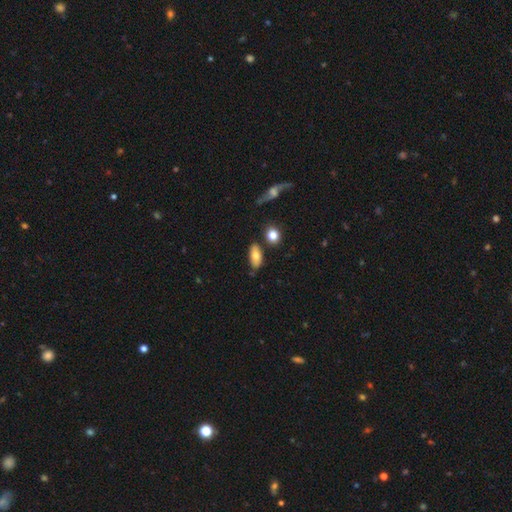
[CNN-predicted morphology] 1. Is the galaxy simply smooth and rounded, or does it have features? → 75% smooth, 17% featured or disk, 8% star or artifact.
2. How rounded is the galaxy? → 86% in between, 9% cigar-shaped, 5% round.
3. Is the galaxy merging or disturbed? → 76% none, 15% minor disturbance, 6% merger, 3% major disturbance.